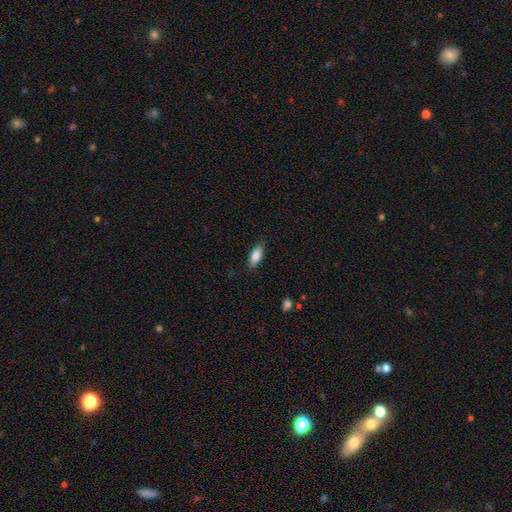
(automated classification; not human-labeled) Smooth or featured: smooth — 85% (featured or disk — 8%)
How rounded: in between — 81% (cigar-shaped — 17%)
Merging: none — 84% (minor disturbance — 12%)